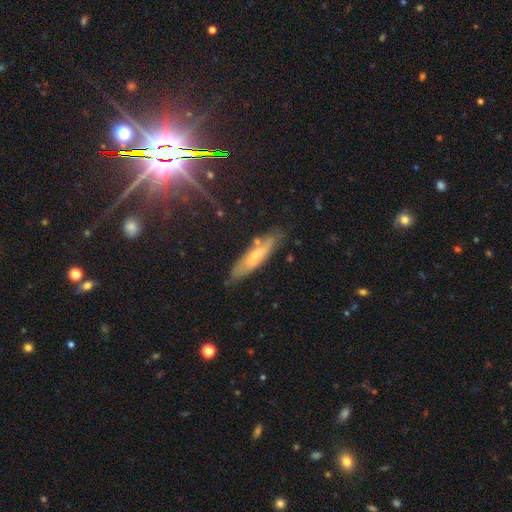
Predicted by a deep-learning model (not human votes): This appears to be a smooth galaxy with no disk features (53%) that is cigar-shaped (72%). Merging: none (74%).